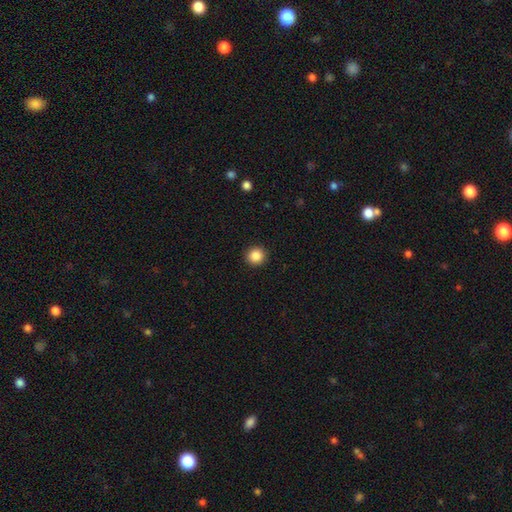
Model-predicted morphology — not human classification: Smooth or featured?
  - smooth: 87% *
  - star or artifact: 9%
  - featured or disk: 3%
How rounded?
  - round: 92% *
  - in between: 7%
  - cigar-shaped: 1%
Merging?
  - none: 93% *
  - minor disturbance: 5%
  - major disturbance: 2%
  - merger: 1%